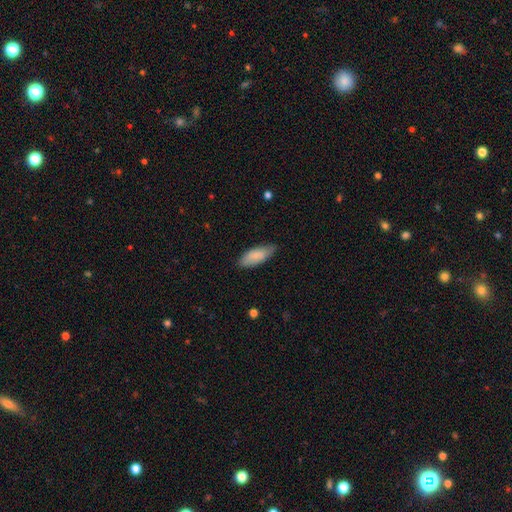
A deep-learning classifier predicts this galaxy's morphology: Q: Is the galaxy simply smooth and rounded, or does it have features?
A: smooth — 84%.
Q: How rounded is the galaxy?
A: in between — 79%.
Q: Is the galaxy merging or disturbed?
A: none — 76%.